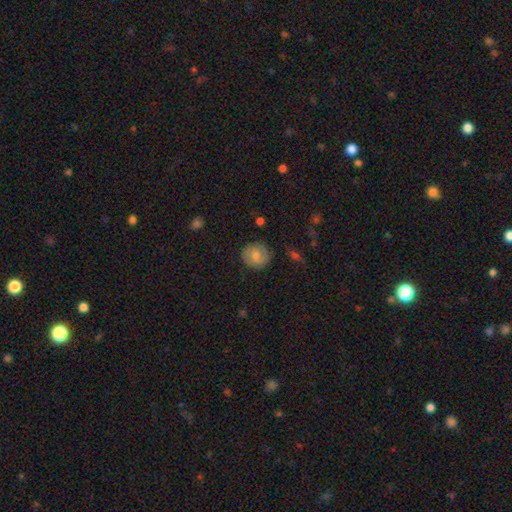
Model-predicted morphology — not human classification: type=smooth (60%); roundness=round (85%); merging=none (83%).